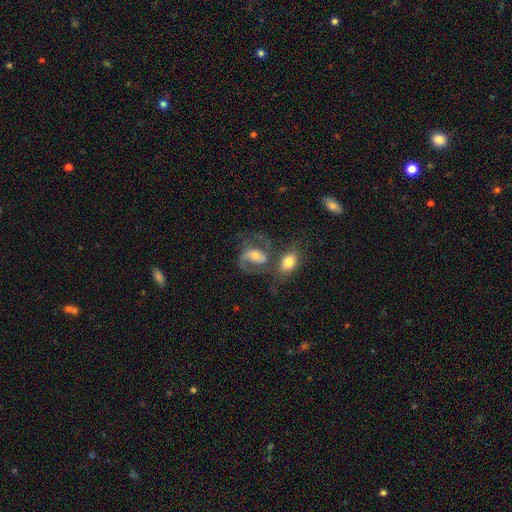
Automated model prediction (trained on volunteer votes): featured or disk 74%, smooth 18%, star or artifact 8%. Down the decision tree: edge-on disk — no (97%); bar — no (41%); spiral arms — yes (90%); spiral arm count — 2 (82%); spiral winding — medium (54%); bulge size — moderate (55%); merging — none (40%).